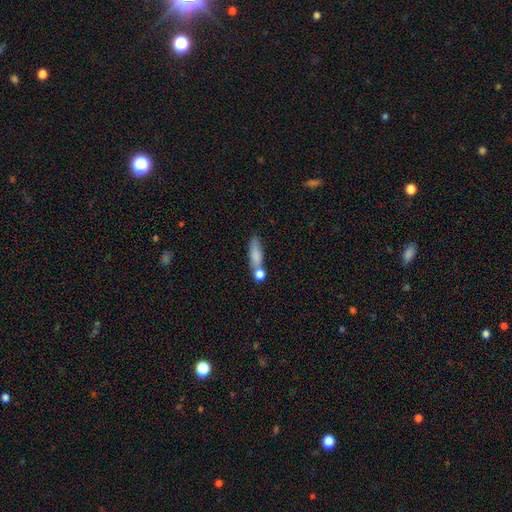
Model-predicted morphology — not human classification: A smooth galaxy with no disk features (76%) that is cigar-shaped (52%). Merging: none (48%).